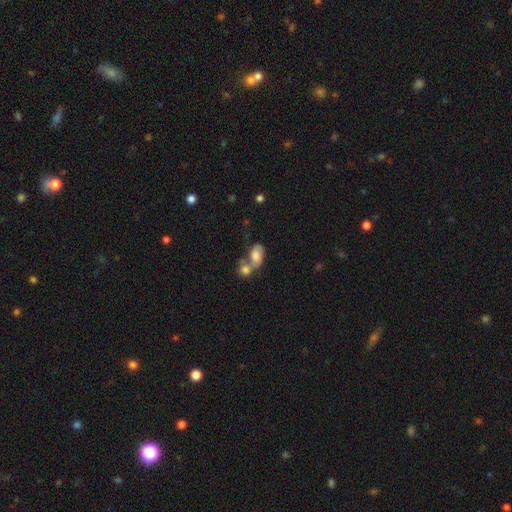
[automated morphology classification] Q: Smooth or featured?
A: smooth (70%); runner-up: featured or disk (21%)
Q: How rounded?
A: in between (85%); runner-up: round (13%)
Q: Merging?
A: merger (60%); runner-up: none (22%)